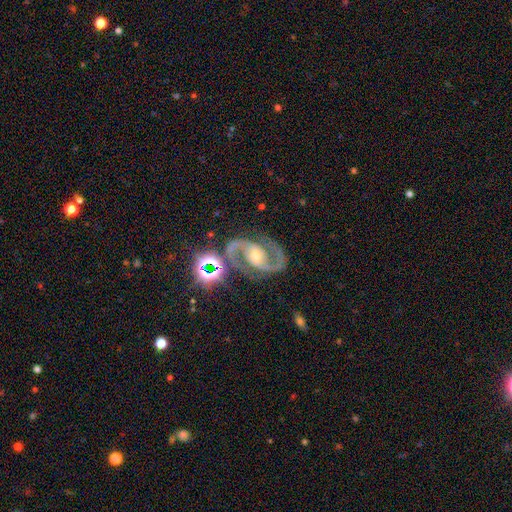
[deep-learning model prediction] Q: Smooth or featured?
A: featured or disk (90%); runner-up: star or artifact (7%)
Q: Edge-on disk?
A: no (98%); runner-up: yes (2%)
Q: Bar?
A: no (41%); runner-up: weak (35%)
Q: Spiral arms?
A: yes (98%); runner-up: no (2%)
Q: Spiral winding?
A: medium (67%); runner-up: tight (20%)
Q: Spiral arm count?
A: 2 (94%); runner-up: can't tell (1%)
Q: Bulge size?
A: moderate (60%); runner-up: small (34%)
Q: Merging?
A: none (77%); runner-up: minor disturbance (13%)